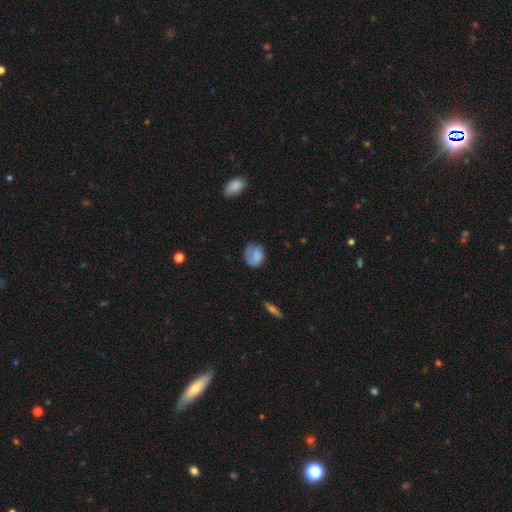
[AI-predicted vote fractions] Q: Smooth or featured?
A: smooth (76%); runner-up: featured or disk (16%)
Q: How rounded?
A: round (67%); runner-up: in between (32%)
Q: Merging?
A: none (57%); runner-up: minor disturbance (27%)